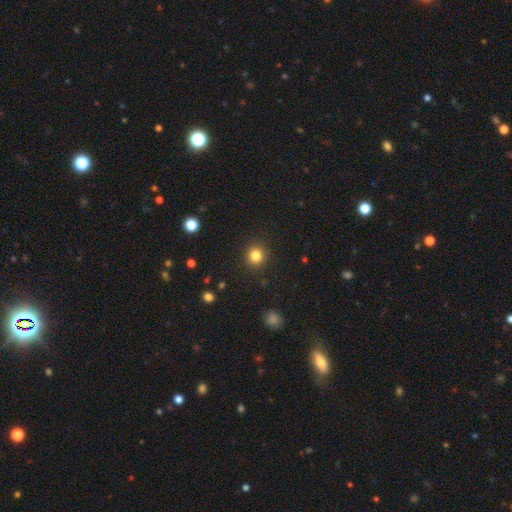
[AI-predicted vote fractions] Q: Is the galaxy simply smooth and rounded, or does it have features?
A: smooth — 83%.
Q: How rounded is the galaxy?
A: round — 90%.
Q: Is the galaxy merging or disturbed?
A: none — 91%.